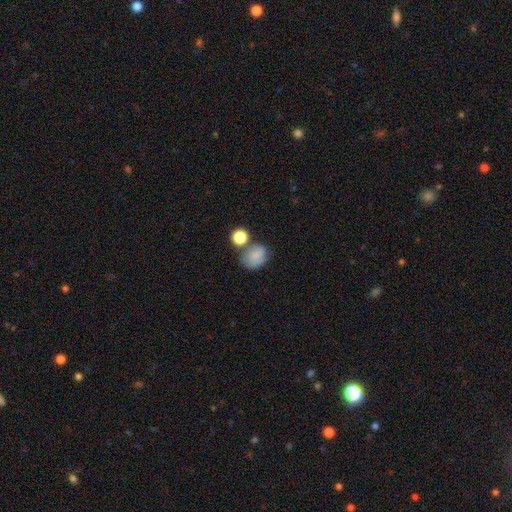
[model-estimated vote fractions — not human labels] This appears to be a smooth galaxy with no disk features (68%) that is round (52%). Merging: none (49%).